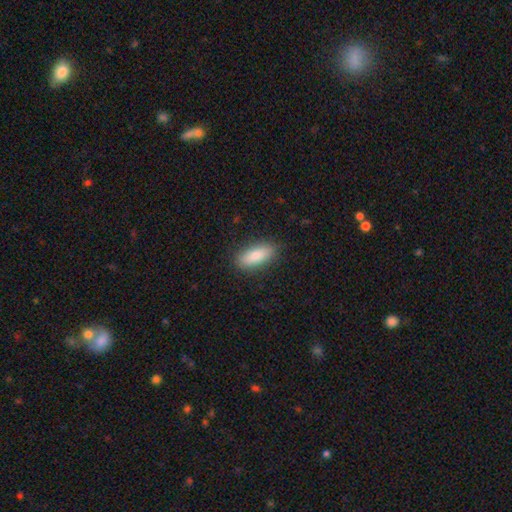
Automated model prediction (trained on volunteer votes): Smooth or featured? smooth (84%)
How rounded? in between (78%)
Merging? none (87%)